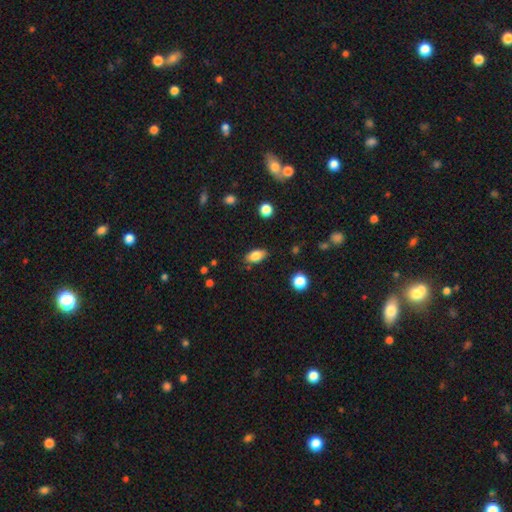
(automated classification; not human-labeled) The model was most divided on "merging": none: 84%, minor disturbance: 12%, major disturbance: 3%, merger: 2%. More confident: how rounded — in between (89%); smooth or featured — smooth (82%).